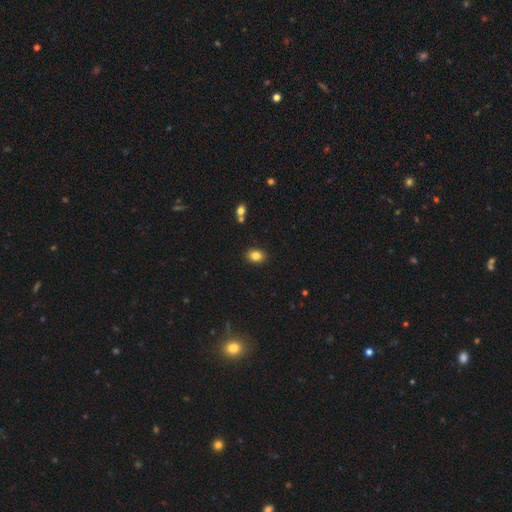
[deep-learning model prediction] Smooth or featured? Predicted: smooth (p=0.84). How rounded? Predicted: in between (p=0.70). Merging? Predicted: none (p=0.88).